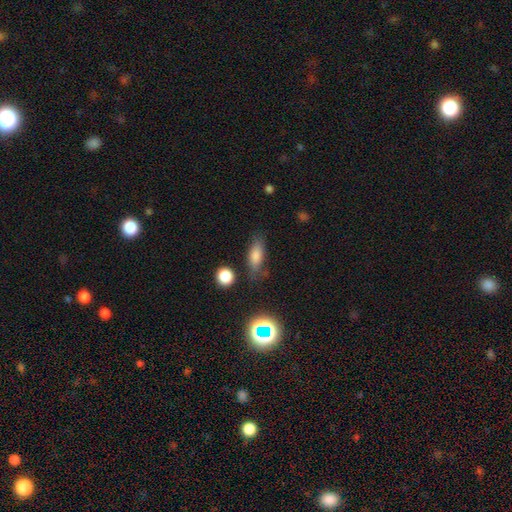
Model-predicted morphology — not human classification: smooth-or-featured: smooth: 71% | featured or disk: 15% | star or artifact: 14%
  how-rounded: in between: 65% | cigar-shaped: 27% | round: 8%
  merging: none: 74% | minor disturbance: 17% | major disturbance: 5% | merger: 4%